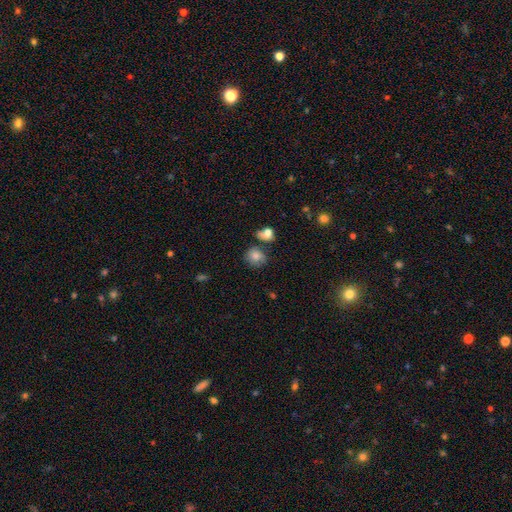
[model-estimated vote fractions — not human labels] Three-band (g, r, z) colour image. It shows a smooth galaxy with no disk features (77%) that is round (77%). Merging: none (61%).